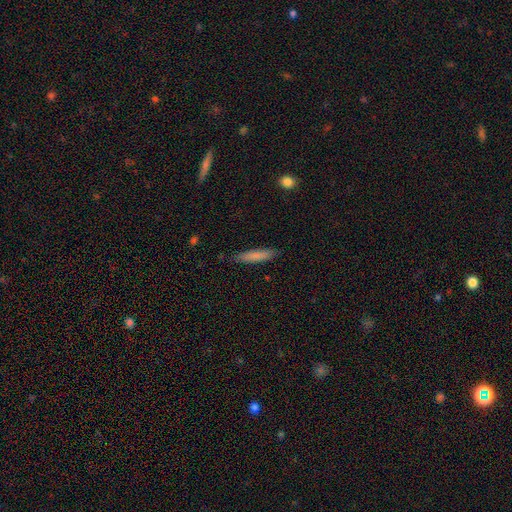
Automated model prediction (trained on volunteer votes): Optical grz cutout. It shows a smooth galaxy with no disk features (81%) that is cigar-shaped (88%). Merging: none (87%).